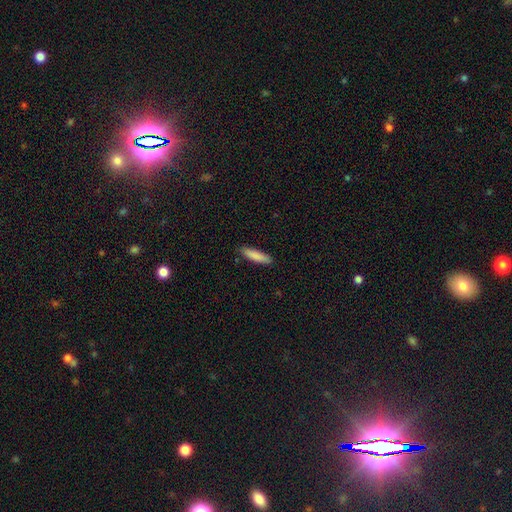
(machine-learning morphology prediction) Q: Smooth or featured?
A: smooth (85%); runner-up: featured or disk (9%)
Q: How rounded?
A: cigar-shaped (78%); runner-up: in between (21%)
Q: Merging?
A: none (88%); runner-up: minor disturbance (9%)